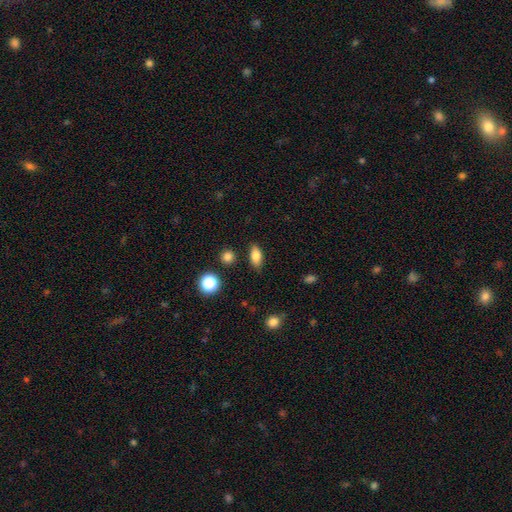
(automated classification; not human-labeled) Smooth or featured? Predicted: smooth (p=0.82). How rounded? Predicted: in between (p=0.83). Merging? Predicted: none (p=0.84).